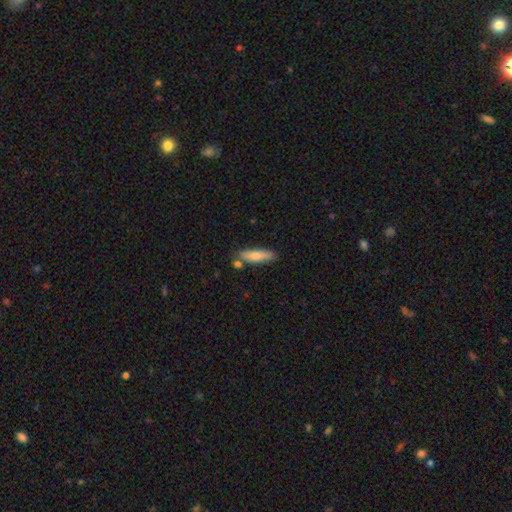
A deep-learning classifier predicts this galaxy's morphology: Smooth or featured: smooth — 76% (featured or disk — 18%)
How rounded: cigar-shaped — 68% (in between — 30%)
Merging: none — 74% (minor disturbance — 14%)